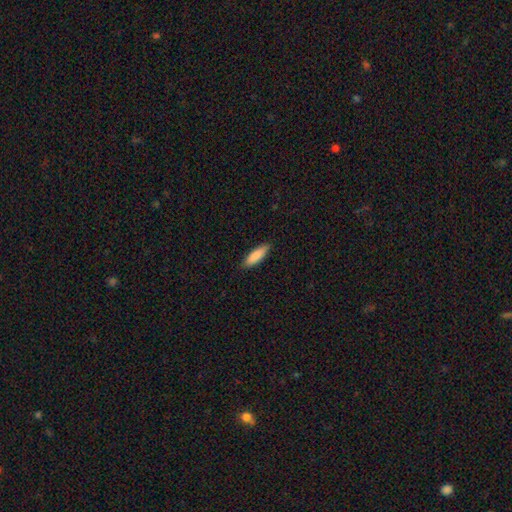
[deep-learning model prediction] This appears to be a smooth galaxy with no disk features (88%) that is cigar-shaped (51%). Merging: none (88%).